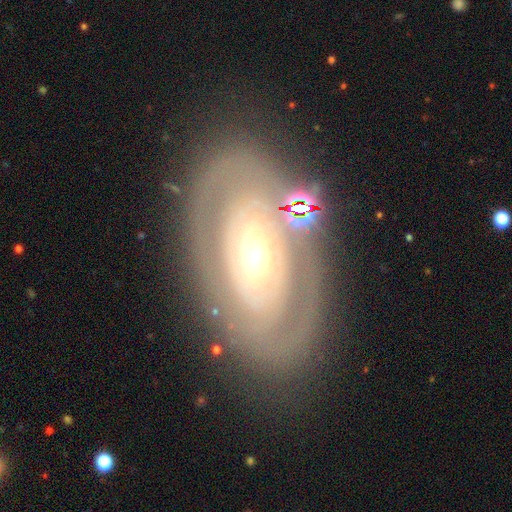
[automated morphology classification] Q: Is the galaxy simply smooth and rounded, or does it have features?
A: featured or disk — 75%.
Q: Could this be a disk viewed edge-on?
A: no — 93%.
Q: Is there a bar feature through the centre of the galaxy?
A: no — 78%.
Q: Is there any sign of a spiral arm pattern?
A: yes — 53%.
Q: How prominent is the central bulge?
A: small — 52%.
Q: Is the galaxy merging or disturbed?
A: none — 76%.